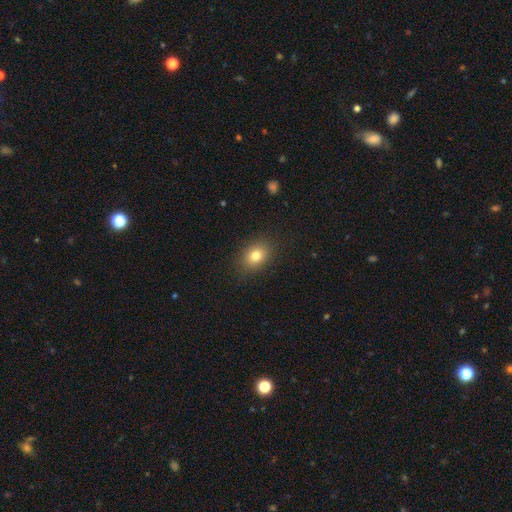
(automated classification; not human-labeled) Smooth or featured? smooth (79%)
How rounded? in between (63%)
Merging? none (87%)